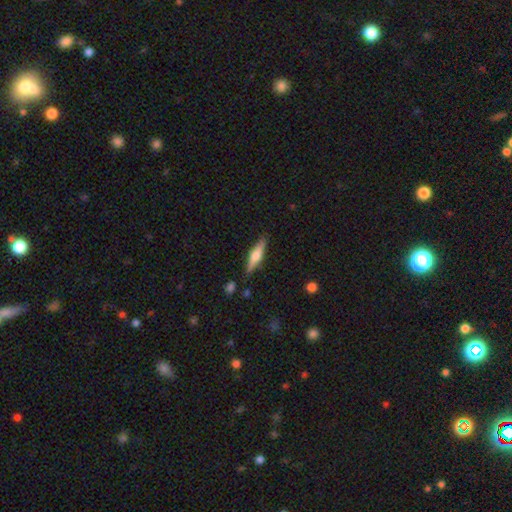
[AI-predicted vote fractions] Smooth or featured: featured or disk — 48% (smooth — 46%)
Merging: none — 83% (minor disturbance — 12%)